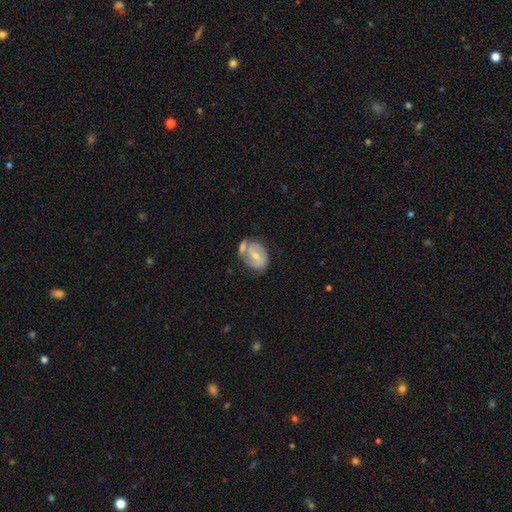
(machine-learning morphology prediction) smooth_or_featured: featured or disk (p=0.61) [alt: smooth p=0.33]
disk_edge_on: no (p=0.97) [alt: yes p=0.03]
bar: weak (p=0.48) [alt: no p=0.35]
has_spiral_arms: yes (p=0.75) [alt: no p=0.25]
bulge_size: moderate (p=0.52) [alt: small p=0.42]
merging: none (p=0.39) [alt: merger p=0.30]